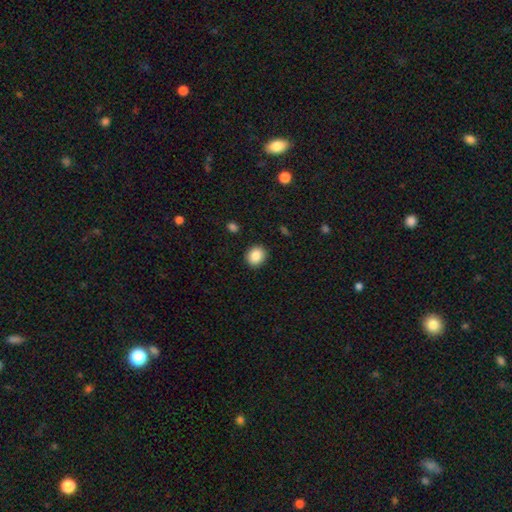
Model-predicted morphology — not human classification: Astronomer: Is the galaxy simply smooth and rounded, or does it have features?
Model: smooth — 87%.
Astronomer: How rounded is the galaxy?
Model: round — 76%.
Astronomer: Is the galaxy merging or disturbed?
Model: none — 91%.